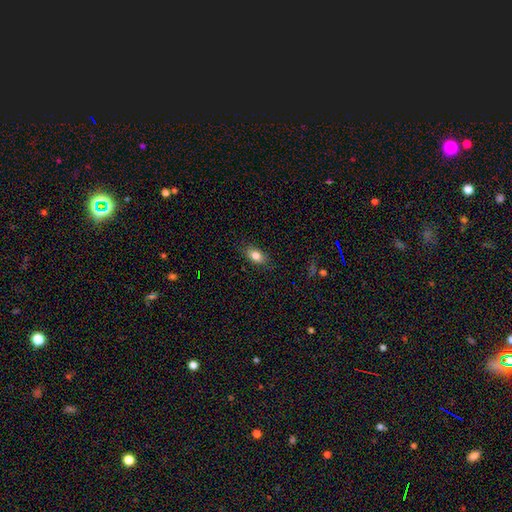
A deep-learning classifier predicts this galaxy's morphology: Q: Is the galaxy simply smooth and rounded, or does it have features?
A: smooth — 82%.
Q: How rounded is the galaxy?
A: in between — 85%.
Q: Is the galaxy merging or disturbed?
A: none — 82%.